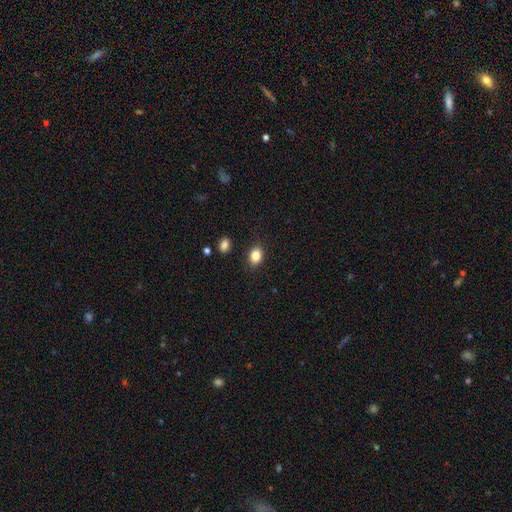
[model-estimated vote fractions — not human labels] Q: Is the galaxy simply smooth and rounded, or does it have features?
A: smooth — 85%.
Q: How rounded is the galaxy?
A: in between — 66%.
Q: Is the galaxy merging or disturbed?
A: none — 87%.